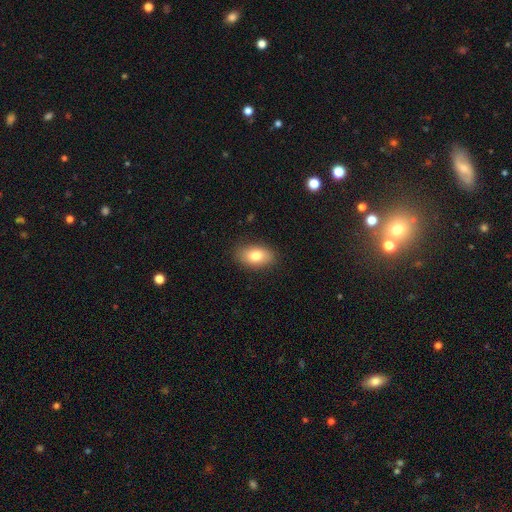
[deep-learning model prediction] Overall: smooth (80%). How rounded: in between (90%). Merging: none (87%).